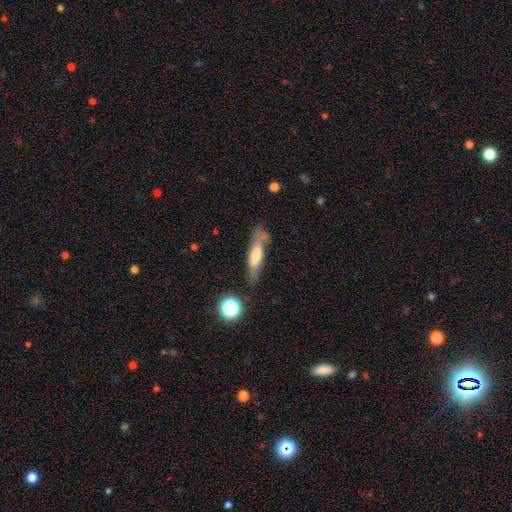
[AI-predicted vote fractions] Smooth or featured? smooth (55%)
How rounded? cigar-shaped (65%)
Merging? none (56%)